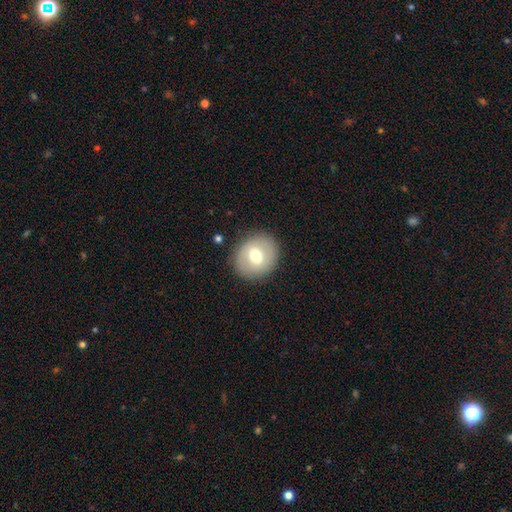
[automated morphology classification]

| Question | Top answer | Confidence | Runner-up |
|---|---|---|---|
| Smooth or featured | smooth | 64% | featured or disk (28%) |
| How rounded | round | 72% | in between (27%) |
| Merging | none | 87% | minor disturbance (9%) |